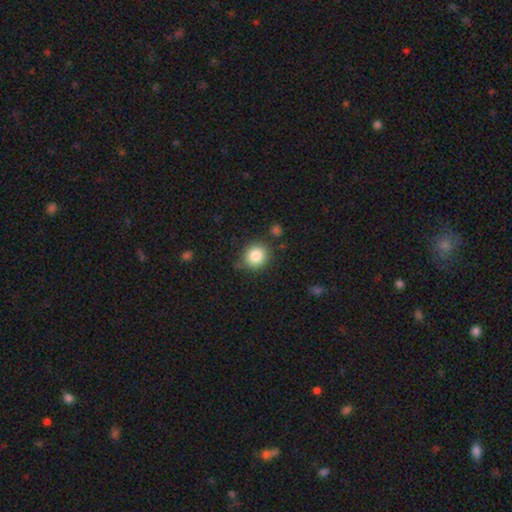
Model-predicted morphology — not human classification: smooth-or-featured: smooth: 84% | star or artifact: 10% | featured or disk: 6%
  how-rounded: round: 86% | in between: 13% | cigar-shaped: 1%
  merging: none: 81% | minor disturbance: 12% | merger: 4% | major disturbance: 3%